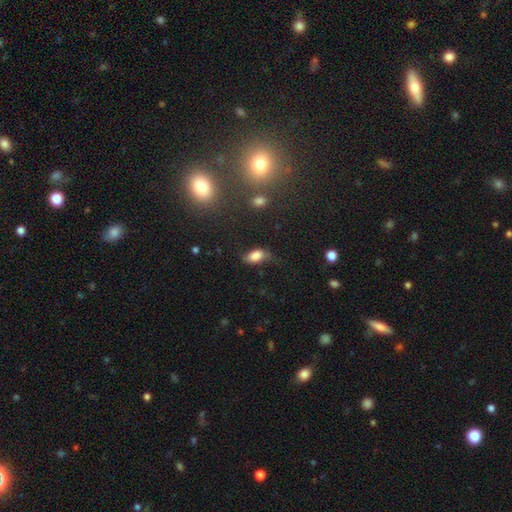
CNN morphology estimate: A smooth galaxy with no disk features (80%) that is in between round and cigar-shaped (90%).

Vote fractions:
- Smooth or featured? smooth: 80% / featured or disk: 10% / star or artifact: 10%
- How rounded? in between: 90% / round: 6% / cigar-shaped: 4%
- Merging? none: 50% / minor disturbance: 33% / major disturbance: 13% / merger: 3%